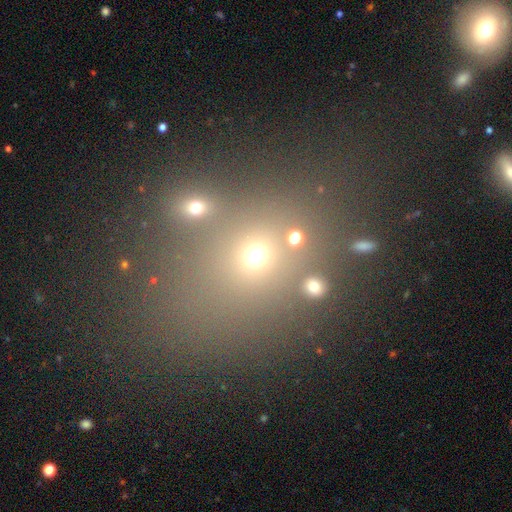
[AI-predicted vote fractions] smooth 58%, star or artifact 30%, featured or disk 12%. Down the decision tree: how rounded — round (53%); merging — none (61%).